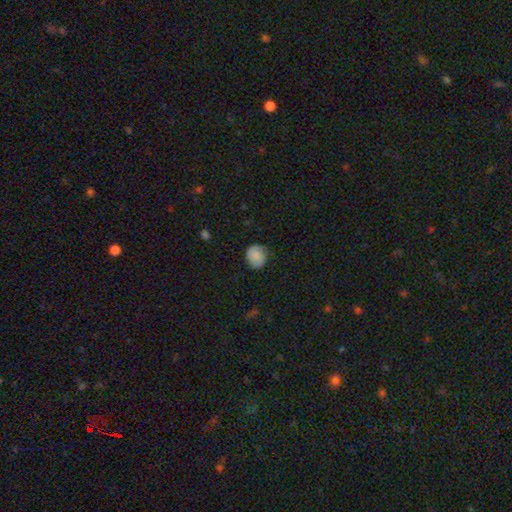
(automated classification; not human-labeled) Q: Smooth or featured?
A: smooth (62%); runner-up: featured or disk (29%)
Q: How rounded?
A: round (71%); runner-up: in between (28%)
Q: Merging?
A: none (69%); runner-up: minor disturbance (22%)